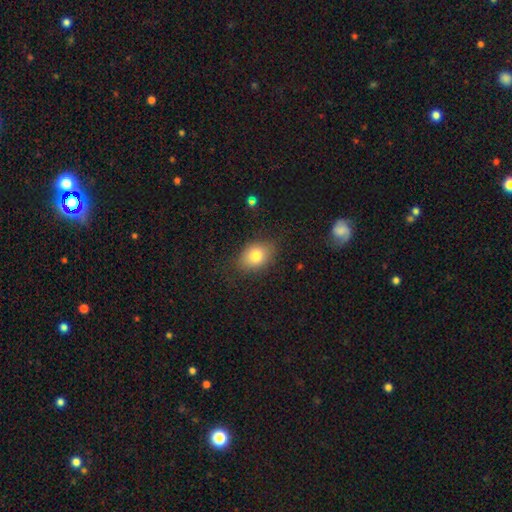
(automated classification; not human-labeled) A smooth galaxy with no disk features (79%) that is in between round and cigar-shaped (71%).

Vote fractions:
- Smooth or featured? smooth: 79% / featured or disk: 11% / star or artifact: 10%
- How rounded? in between: 71% / round: 28% / cigar-shaped: 1%
- Merging? none: 78% / minor disturbance: 16% / major disturbance: 5% / merger: 1%